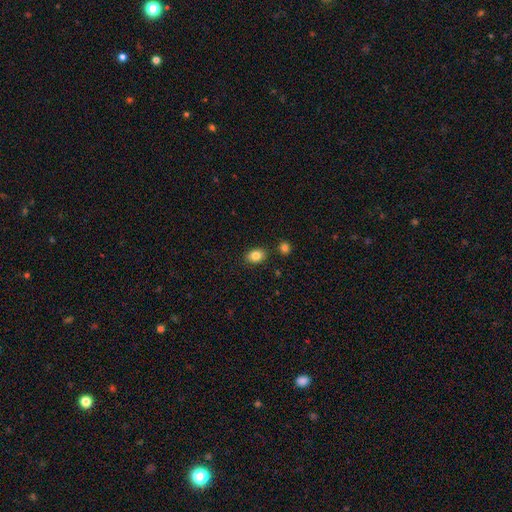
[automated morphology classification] This appears to be a smooth galaxy with no disk features (84%) that is in between round and cigar-shaped (75%). Merging: none (84%).